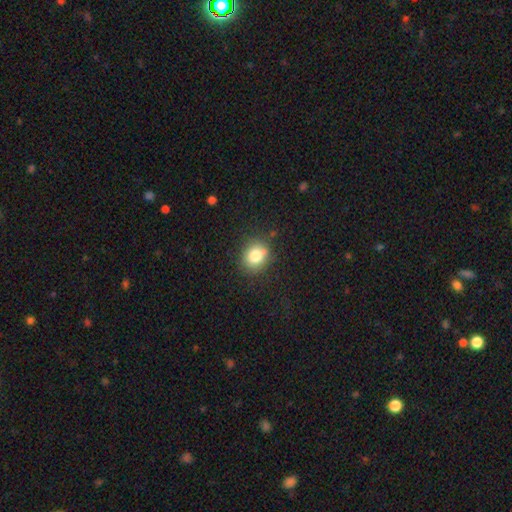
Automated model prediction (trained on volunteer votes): A smooth galaxy with no disk features (80%) that is round (68%). Merging: none (80%).